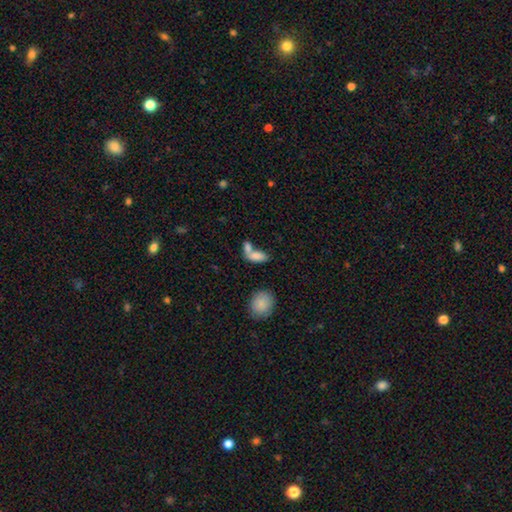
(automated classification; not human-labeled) smooth 80%, featured or disk 11%, star or artifact 9%. Down the decision tree: how rounded — in between (86%); merging — merger (57%).